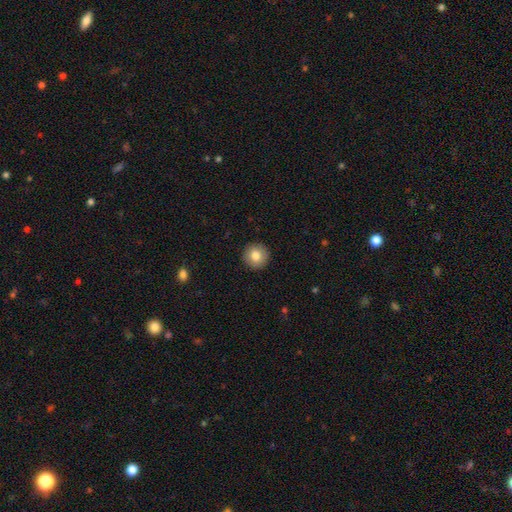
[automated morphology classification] Smooth or featured? Predicted: smooth (p=0.82). How rounded? Predicted: round (p=0.95). Merging? Predicted: none (p=0.92).